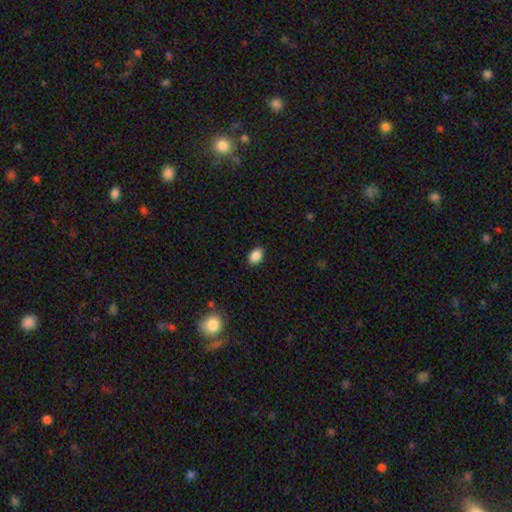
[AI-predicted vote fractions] A smooth galaxy with no disk features (88%) that is in between round and cigar-shaped (86%). Merging: none (88%).